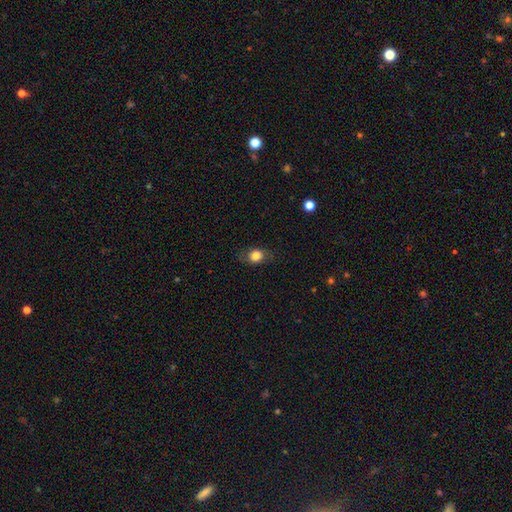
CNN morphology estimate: Overall: smooth (79%). How rounded: in between (57%; round 41%). Merging: none (78%).